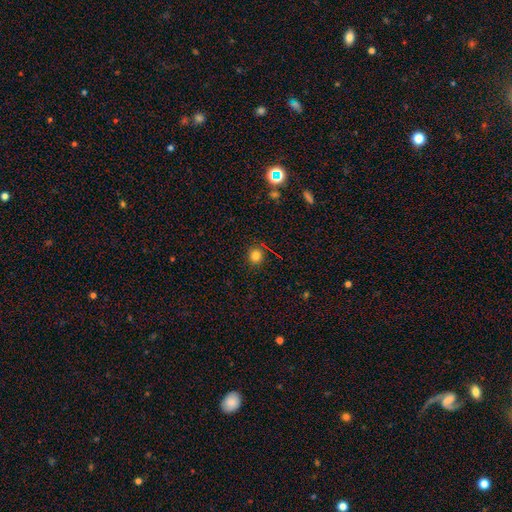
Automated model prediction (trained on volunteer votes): This appears to be a smooth galaxy with no disk features (79%) that is round (91%). Merging: none (89%).